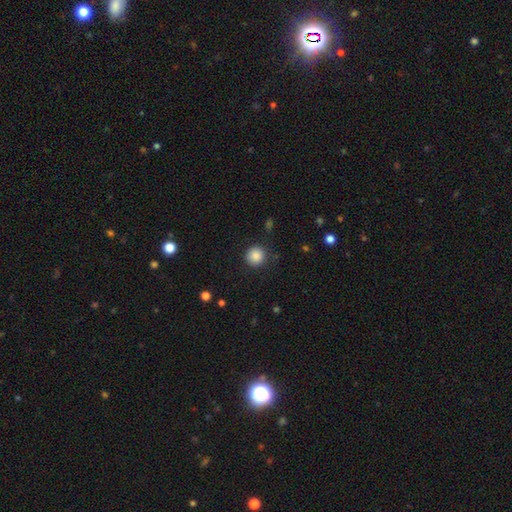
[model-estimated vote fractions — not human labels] Smooth or featured? smooth (86%)
How rounded? round (92%)
Merging? none (87%)